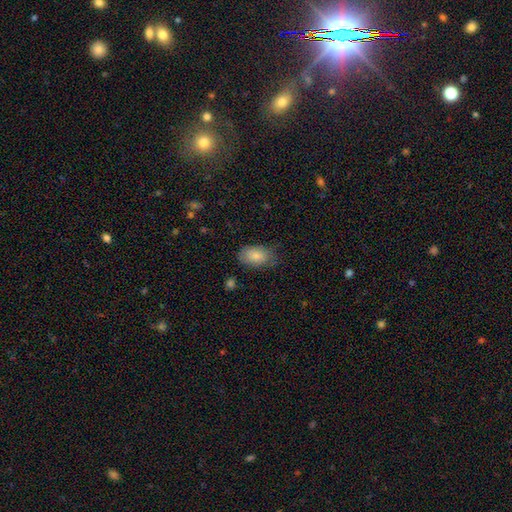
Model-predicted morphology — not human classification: type=smooth (84%); roundness=in between (91%); merging=none (70%).